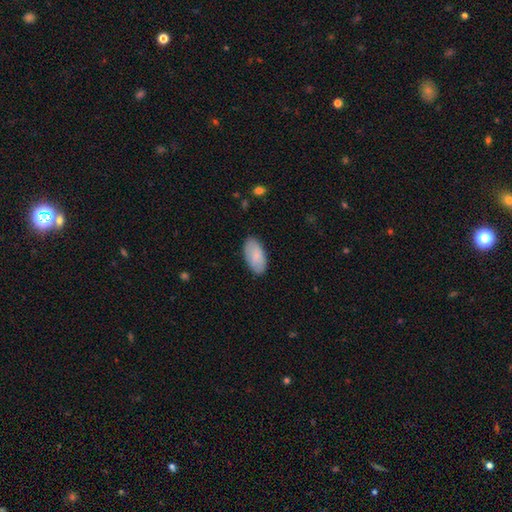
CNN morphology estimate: type=smooth (84%); roundness=in between (95%); merging=none (86%).